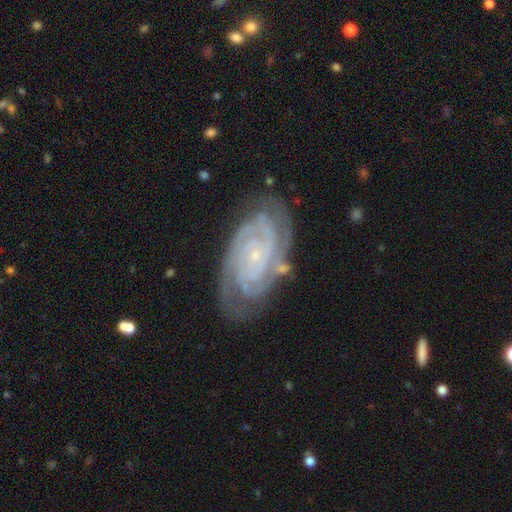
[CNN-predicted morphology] Smooth or featured? Predicted: featured or disk (p=0.90). Edge-on disk? Predicted: no (p=0.96). Bar? Predicted: no (p=0.73). Spiral arms? Predicted: yes (p=0.98). Spiral winding? Predicted: tight (p=0.80). Spiral arm count? Predicted: 2 (p=0.36). Bulge size? Predicted: small (p=0.86). Merging? Predicted: none (p=0.75).